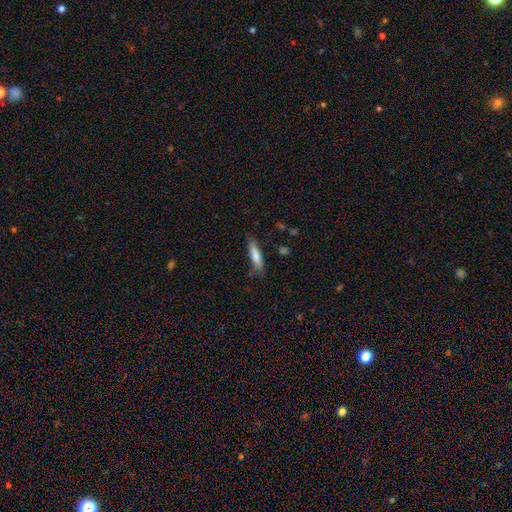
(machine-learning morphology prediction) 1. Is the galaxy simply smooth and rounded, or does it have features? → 76% smooth, 18% featured or disk, 6% star or artifact.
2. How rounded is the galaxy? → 68% cigar-shaped, 30% in between, 2% round.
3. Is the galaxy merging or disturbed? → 73% none, 20% minor disturbance, 5% major disturbance, 2% merger.